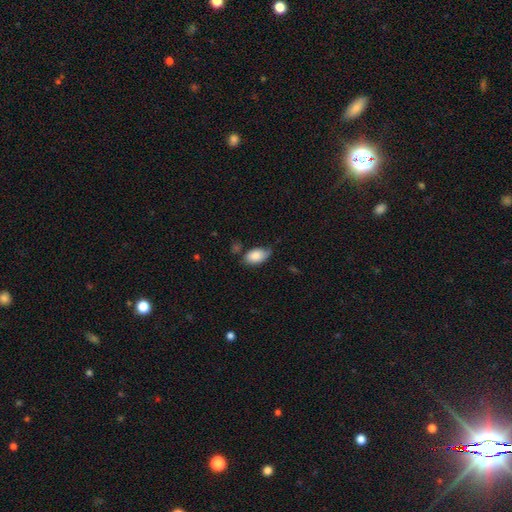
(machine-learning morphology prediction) A smooth galaxy with no disk features (83%) that is in between round and cigar-shaped (92%).

Vote fractions:
- Smooth or featured? smooth: 83% / featured or disk: 10% / star or artifact: 7%
- How rounded? in between: 92% / round: 6% / cigar-shaped: 2%
- Merging? none: 55% / minor disturbance: 33% / major disturbance: 7% / merger: 4%